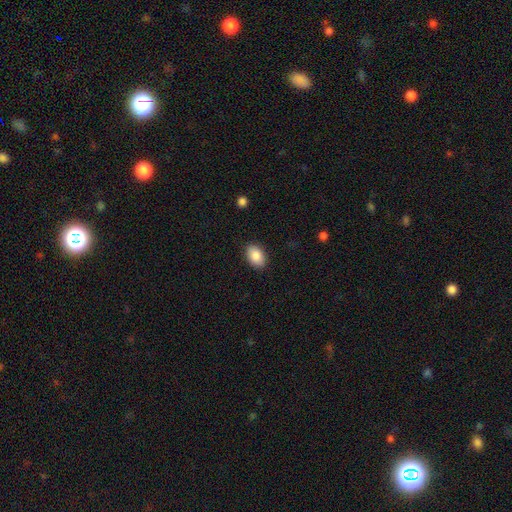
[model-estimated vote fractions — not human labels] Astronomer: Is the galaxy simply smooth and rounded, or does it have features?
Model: smooth — 87%.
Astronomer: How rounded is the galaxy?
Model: in between — 88%.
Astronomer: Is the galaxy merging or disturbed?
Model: none — 88%.